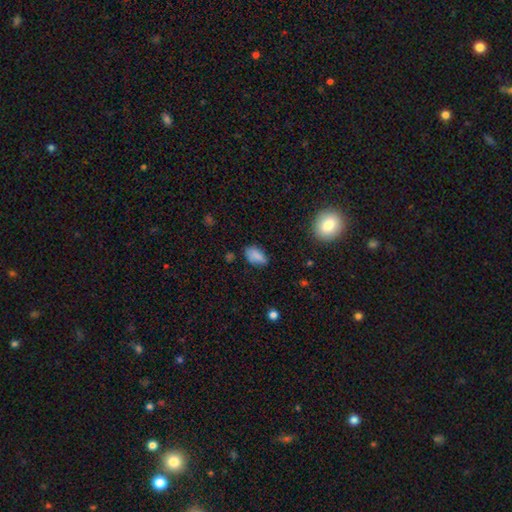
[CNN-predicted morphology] Smooth or featured? smooth (82%)
How rounded? in between (91%)
Merging? none (66%)